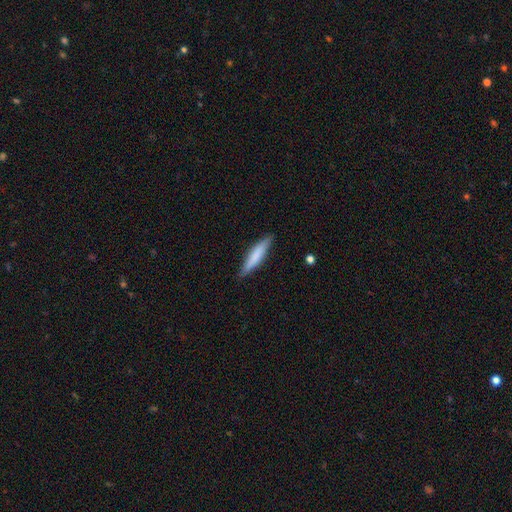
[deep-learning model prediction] Overall: smooth (69%). How rounded: cigar-shaped (88%). Merging: none (87%).